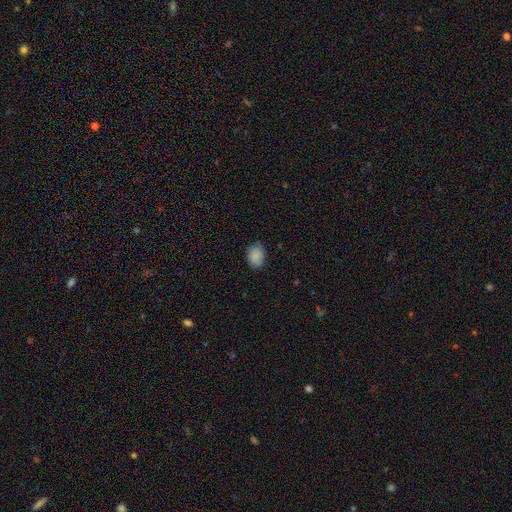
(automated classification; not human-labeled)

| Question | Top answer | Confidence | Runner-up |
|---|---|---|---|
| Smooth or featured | smooth | 87% | star or artifact (8%) |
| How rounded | in between | 70% | round (29%) |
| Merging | none | 80% | minor disturbance (16%) |